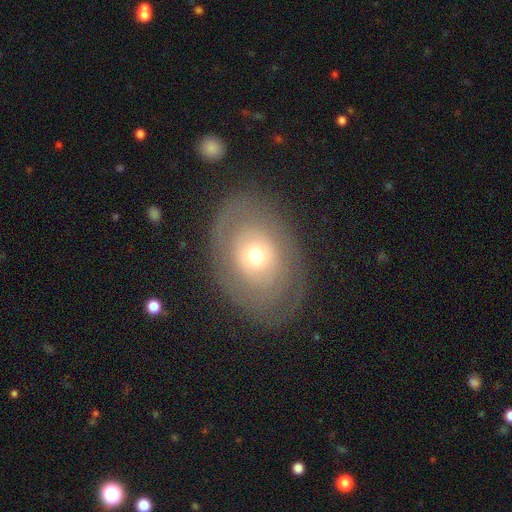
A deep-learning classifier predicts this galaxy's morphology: type=featured or disk (54%); edge-on=no (93%); bar=no (89%); spiral arms=no (62%); bulge=moderate (46%, tied with small); merging=none (80%).